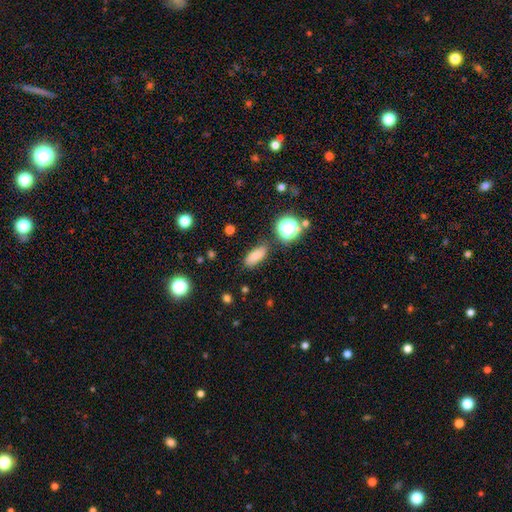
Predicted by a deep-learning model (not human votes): smooth-or-featured: smooth: 75% | star or artifact: 14% | featured or disk: 11%
  how-rounded: in between: 79% | cigar-shaped: 13% | round: 8%
  merging: none: 80% | minor disturbance: 13% | major disturbance: 3% | merger: 3%